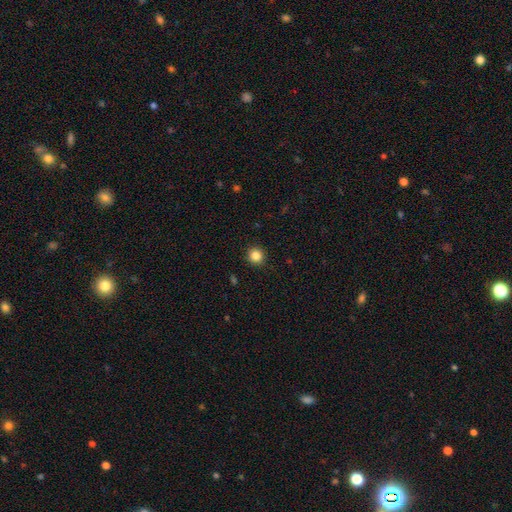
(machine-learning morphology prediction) The model was most divided on "smooth or featured": smooth: 85%, star or artifact: 11%, featured or disk: 4%. More confident: how rounded — round (92%); merging — none (92%).